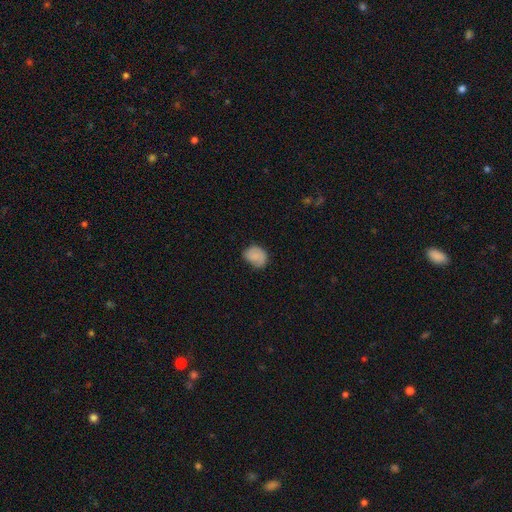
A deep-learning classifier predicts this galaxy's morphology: This appears to be a smooth galaxy with no disk features (73%) that is round (52%). Merging: none (59%).